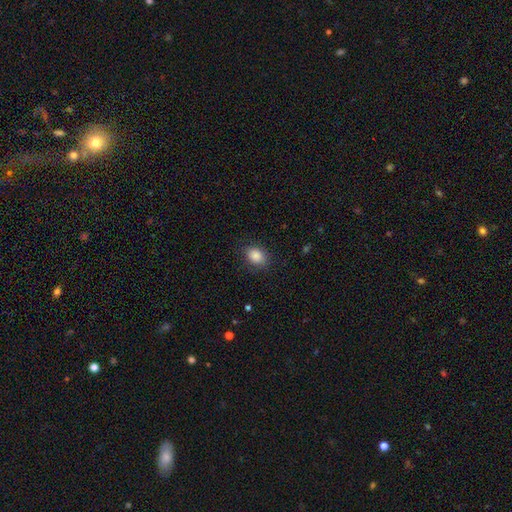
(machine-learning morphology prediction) A smooth galaxy with no disk features (86%) that is in between round and cigar-shaped (67%).

Vote fractions:
- Smooth or featured? smooth: 86% / star or artifact: 9% / featured or disk: 5%
- How rounded? in between: 67% / round: 32% / cigar-shaped: 1%
- Merging? none: 84% / minor disturbance: 12% / major disturbance: 3% / merger: 1%